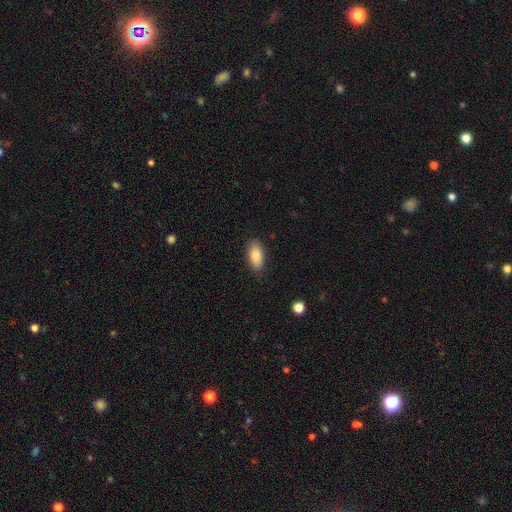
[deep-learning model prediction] Q: Smooth or featured?
A: smooth (84%); runner-up: featured or disk (9%)
Q: How rounded?
A: in between (88%); runner-up: cigar-shaped (9%)
Q: Merging?
A: none (86%); runner-up: minor disturbance (10%)